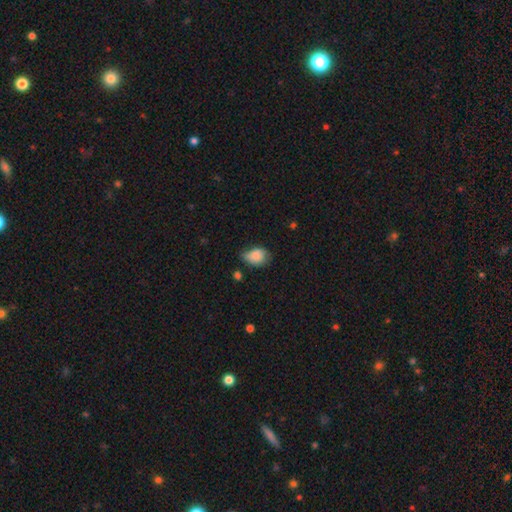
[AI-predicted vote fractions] The model was most divided on "merging": none: 44%, minor disturbance: 43%, major disturbance: 9%, merger: 3%. More confident: smooth or featured — smooth (83%); how rounded — in between (71%).